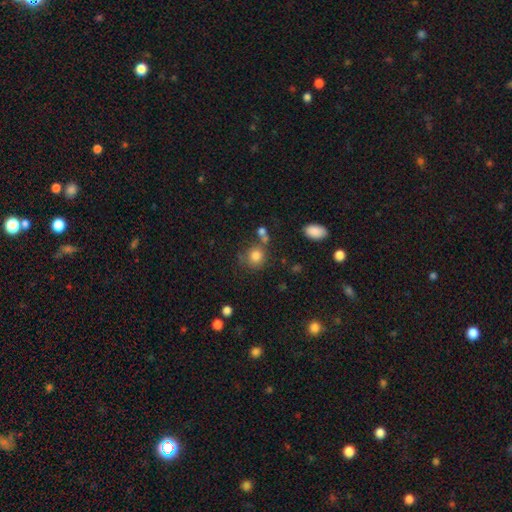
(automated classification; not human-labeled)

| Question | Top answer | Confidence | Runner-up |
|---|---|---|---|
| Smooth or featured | smooth | 81% | star or artifact (12%) |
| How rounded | round | 85% | in between (14%) |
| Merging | none | 64% | minor disturbance (15%) |